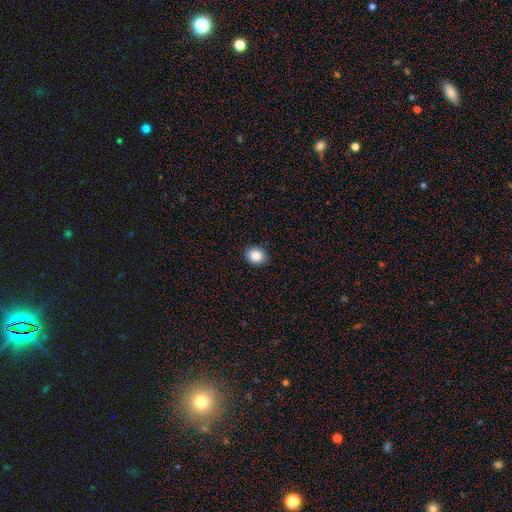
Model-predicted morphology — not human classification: smooth-or-featured: smooth: 87% | star or artifact: 9% | featured or disk: 3%
  how-rounded: round: 68% | in between: 31% | cigar-shaped: 1%
  merging: none: 90% | minor disturbance: 7% | major disturbance: 2% | merger: 1%